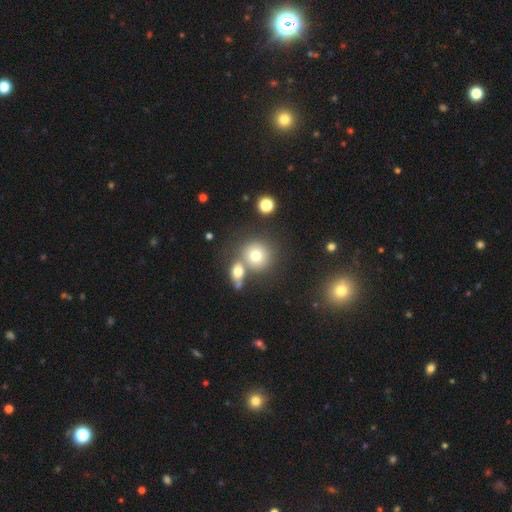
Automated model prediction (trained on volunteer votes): A smooth galaxy with no disk features (73%) that is round (87%).

Vote fractions:
- Smooth or featured? smooth: 73% / featured or disk: 15% / star or artifact: 12%
- How rounded? round: 87% / in between: 12% / cigar-shaped: 1%
- Merging? none: 52% / merger: 34% / minor disturbance: 9% / major disturbance: 5%